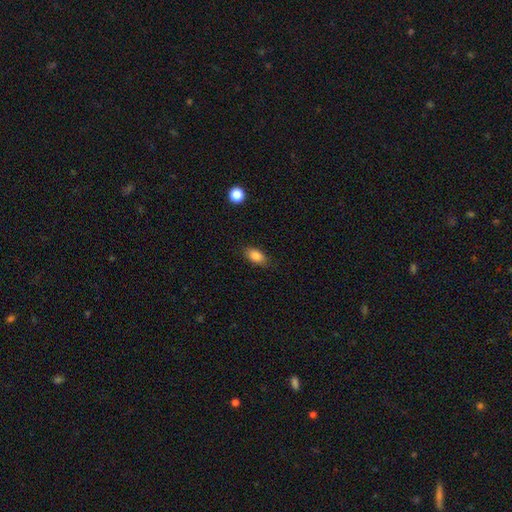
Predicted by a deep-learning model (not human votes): A smooth galaxy with no disk features (85%) that is in between round and cigar-shaped (88%). Merging: none (84%).